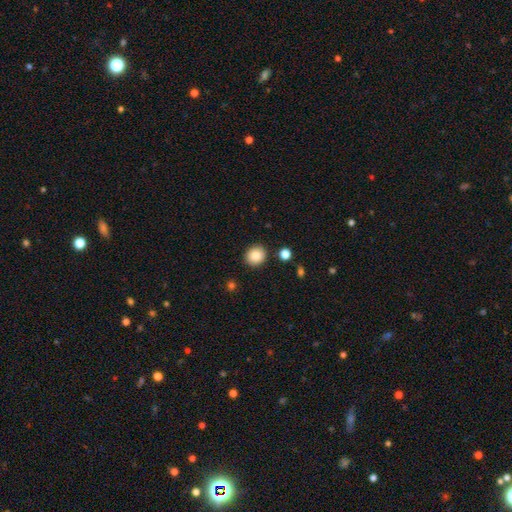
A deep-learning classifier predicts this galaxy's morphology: Overall: smooth (86%). How rounded: round (80%). Merging: none (89%).